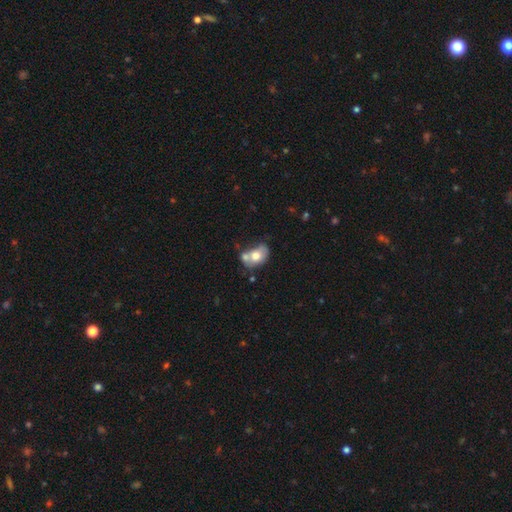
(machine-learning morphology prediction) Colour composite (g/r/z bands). It shows a smooth galaxy with no disk features (63%) that is in between round and cigar-shaped (76%). Merging: merger (48%).